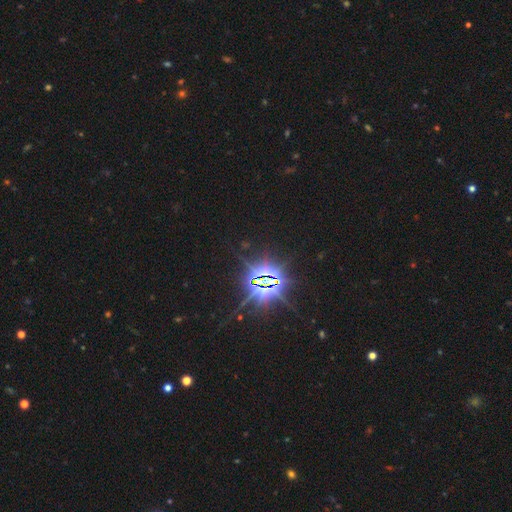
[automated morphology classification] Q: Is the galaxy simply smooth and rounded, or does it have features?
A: star or artifact — 87%.